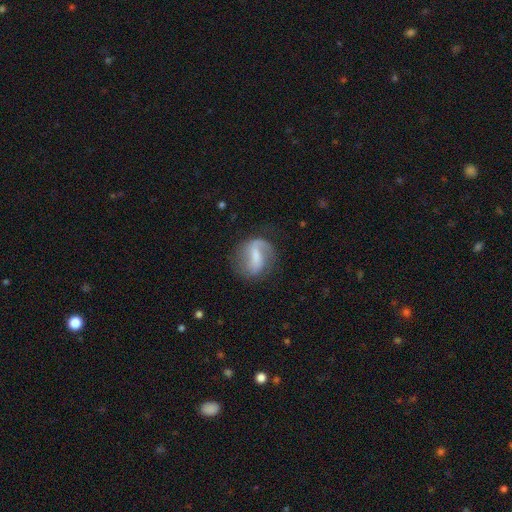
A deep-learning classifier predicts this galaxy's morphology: smooth_or_featured: featured or disk (p=0.67) [alt: smooth p=0.25]
disk_edge_on: no (p=0.96) [alt: yes p=0.04]
bar: weak (p=0.43) [alt: strong p=0.42]
has_spiral_arms: yes (p=0.85) [alt: no p=0.15]
spiral_winding: loose (p=0.46) [alt: medium p=0.38]
spiral_arm_count: 2 (p=0.62) [alt: 1 p=0.28]
bulge_size: small (p=0.34) [alt: moderate p=0.30]
merging: none (p=0.60) [alt: minor disturbance p=0.21]